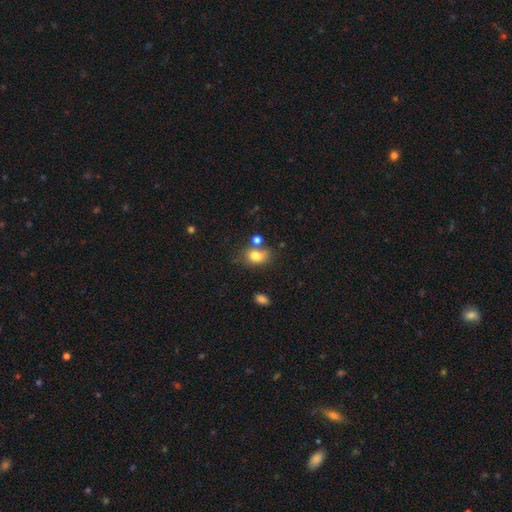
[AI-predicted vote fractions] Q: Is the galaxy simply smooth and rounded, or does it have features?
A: smooth — 80%.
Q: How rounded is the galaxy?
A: in between — 67%.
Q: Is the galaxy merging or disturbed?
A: none — 51%.